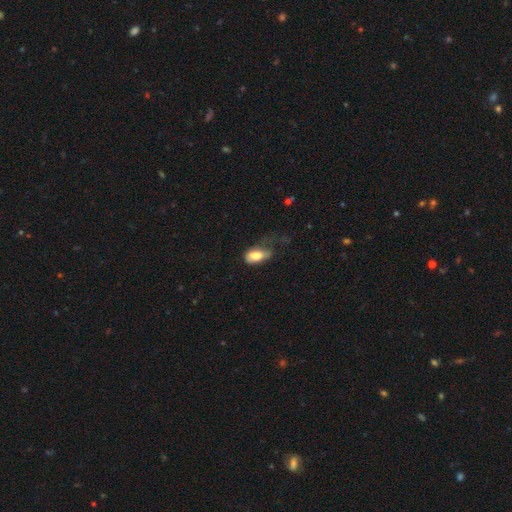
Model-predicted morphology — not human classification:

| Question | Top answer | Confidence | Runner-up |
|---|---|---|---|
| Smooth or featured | smooth | 77% | featured or disk (15%) |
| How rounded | in between | 89% | cigar-shaped (6%) |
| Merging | major disturbance | 40% | minor disturbance (32%) |